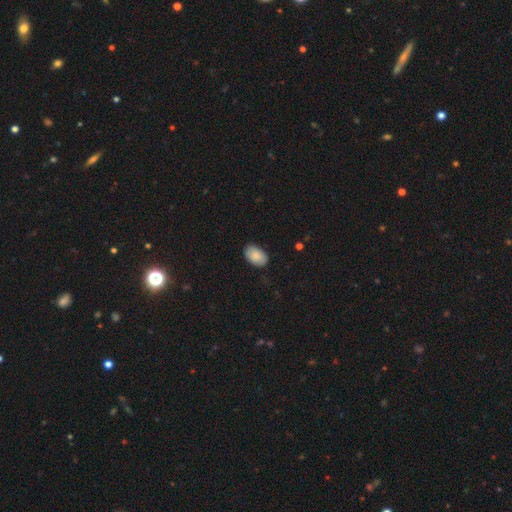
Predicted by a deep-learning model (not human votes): This is clearly a smooth galaxy (87%). How rounded: clearly in between (92%). Merging: clearly none (84%).